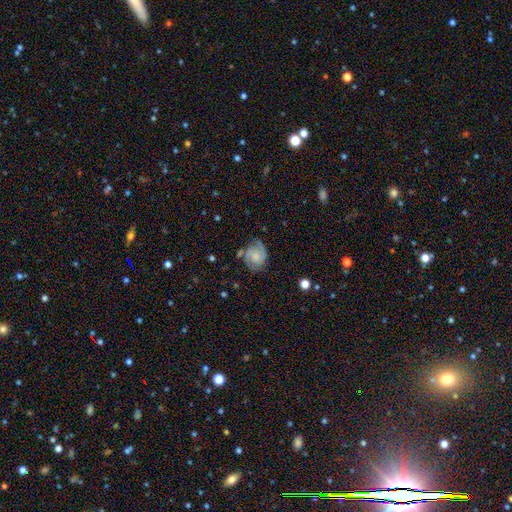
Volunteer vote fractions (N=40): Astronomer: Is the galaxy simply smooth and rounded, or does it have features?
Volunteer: featured or disk — 78%.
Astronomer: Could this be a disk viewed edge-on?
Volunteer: no — 100%.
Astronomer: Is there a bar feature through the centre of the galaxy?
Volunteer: no — 65%.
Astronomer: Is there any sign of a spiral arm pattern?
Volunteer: yes — 97%.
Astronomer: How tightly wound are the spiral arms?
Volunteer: tight — 43%, tied with medium at 43%.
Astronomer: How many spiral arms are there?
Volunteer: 2 — 83%.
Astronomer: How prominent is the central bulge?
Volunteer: small — 45% (runner-up: none, 26%).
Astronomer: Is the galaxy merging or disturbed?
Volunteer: none — 70%.